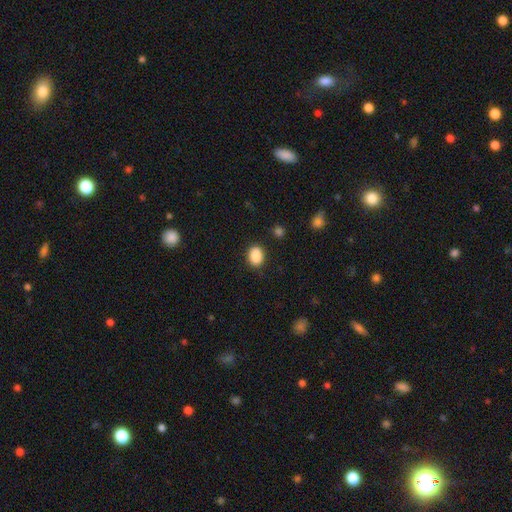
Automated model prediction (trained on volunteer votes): Smooth or featured? smooth (88%)
How rounded? in between (62%)
Merging? none (87%)